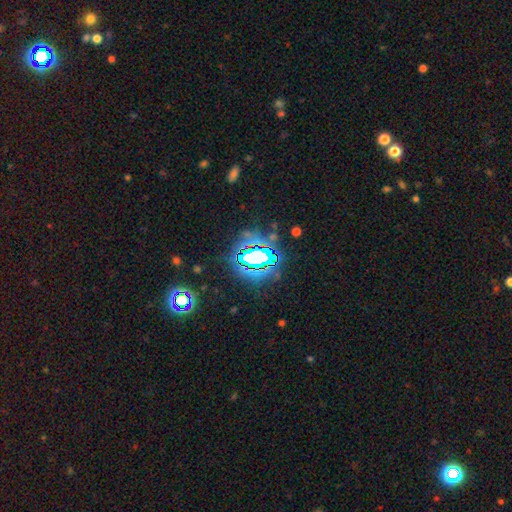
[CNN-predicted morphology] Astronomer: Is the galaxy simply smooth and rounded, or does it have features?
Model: star or artifact — 69%.